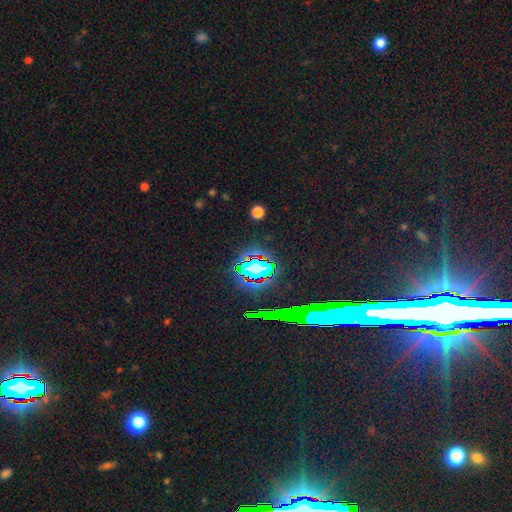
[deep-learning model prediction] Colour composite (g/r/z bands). It shows a star or artifact, not a galaxy (74%).